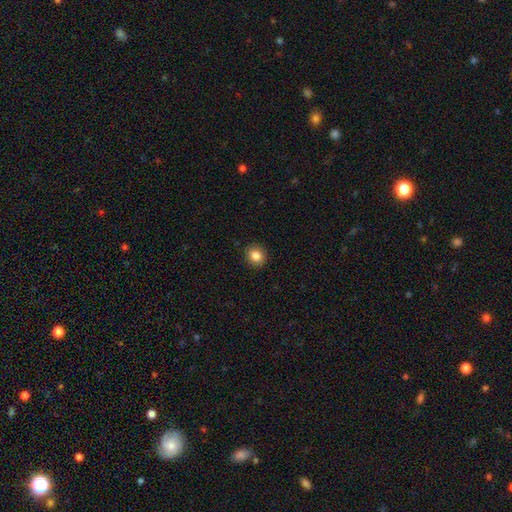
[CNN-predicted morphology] Smooth or featured: smooth — 84% (star or artifact — 10%)
How rounded: round — 81% (in between — 18%)
Merging: none — 91% (minor disturbance — 6%)